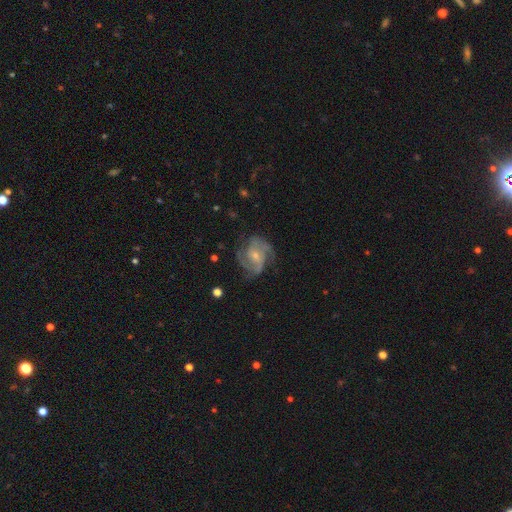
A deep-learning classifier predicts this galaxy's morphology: A featured or disk galaxy (87%) with no bar (48%), 3 (45%) medium (54%) spiral arms (97%) and a small central bulge (57%). Merging: none (69%).